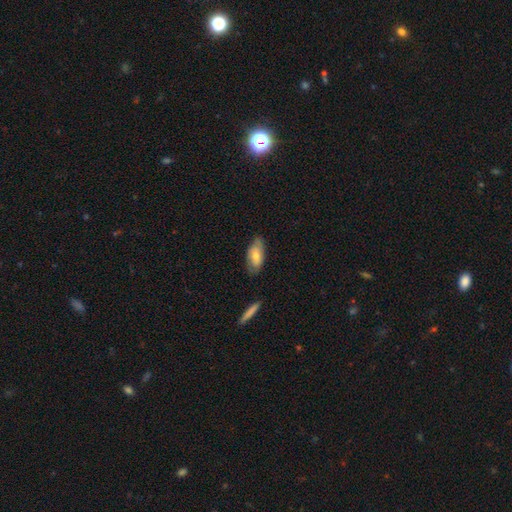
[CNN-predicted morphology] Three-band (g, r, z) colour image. It shows a smooth galaxy with no disk features (63%) that is in between round and cigar-shaped (88%). Merging: none (73%).